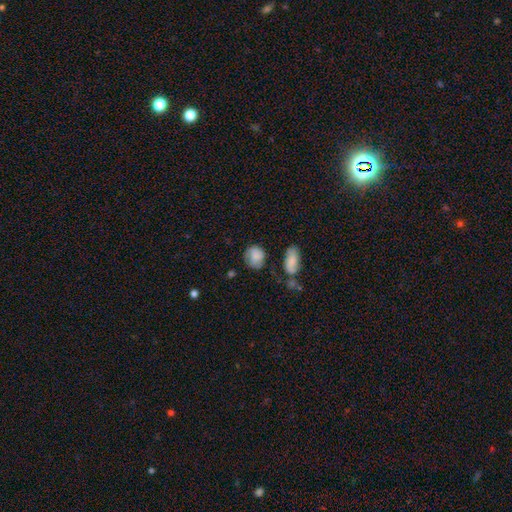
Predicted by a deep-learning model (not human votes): smooth_or_featured: smooth (p=0.76) [alt: featured or disk p=0.16]
how_rounded: round (p=0.62) [alt: in between p=0.37]
merging: none (p=0.60) [alt: minor disturbance p=0.26]